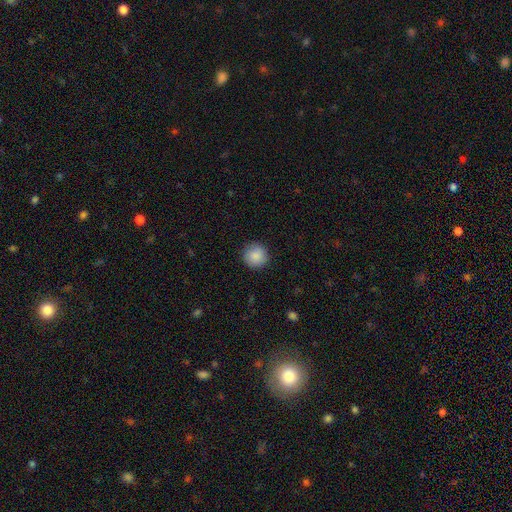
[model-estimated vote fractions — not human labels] Q: Smooth or featured?
A: smooth (88%); runner-up: star or artifact (8%)
Q: How rounded?
A: round (94%); runner-up: in between (5%)
Q: Merging?
A: none (90%); runner-up: minor disturbance (7%)